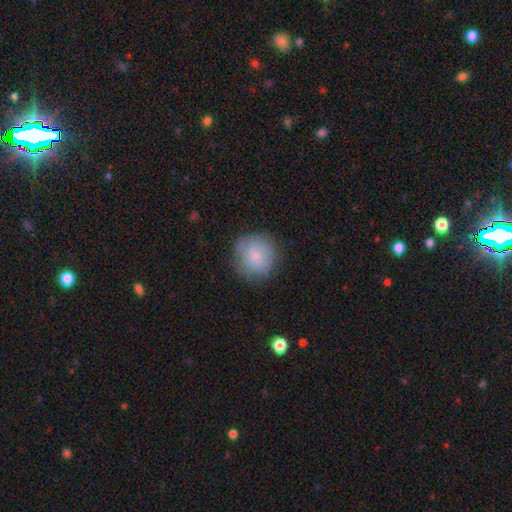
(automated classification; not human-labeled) Smooth or featured? Predicted: smooth (p=0.68). How rounded? Predicted: round (p=0.91). Merging? Predicted: none (p=0.76).